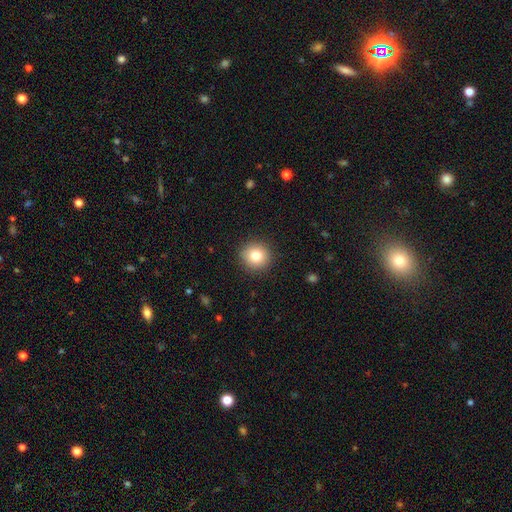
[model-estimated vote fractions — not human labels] A smooth galaxy with no disk features (80%) that is round (93%). Merging: none (91%).